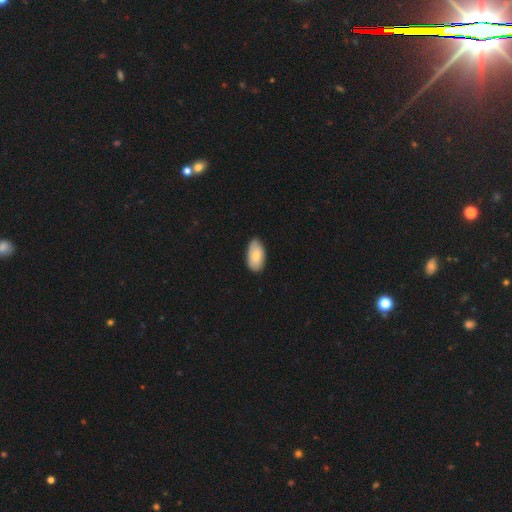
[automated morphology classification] The model was most divided on "smooth or featured": smooth: 79%, featured or disk: 16%, star or artifact: 6%. More confident: how rounded — in between (95%); merging — none (83%).